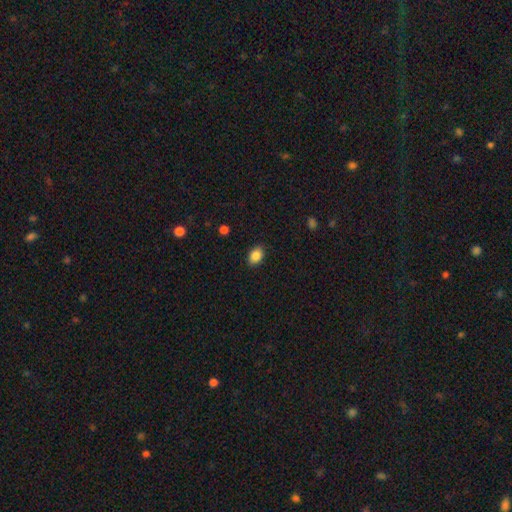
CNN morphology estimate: Smooth or featured: smooth — 87% (star or artifact — 8%)
How rounded: in between — 77% (round — 22%)
Merging: none — 88% (minor disturbance — 9%)